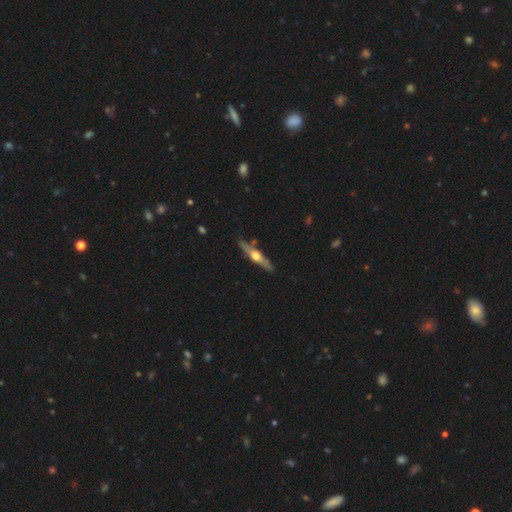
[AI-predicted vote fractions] Overall: featured or disk (69%). Edge-on disk: yes (95%). Edge-on bulge: rounded (93%). Merging: none (85%).